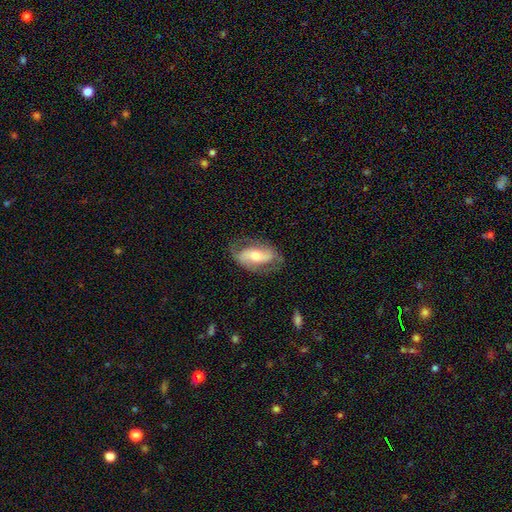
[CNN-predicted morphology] Q: Smooth or featured?
A: featured or disk (67%); runner-up: smooth (26%)
Q: Edge-on disk?
A: no (92%); runner-up: yes (8%)
Q: Bar?
A: no (35%); runner-up: strong (33%)
Q: Spiral arms?
A: yes (82%); runner-up: no (18%)
Q: Spiral winding?
A: medium (41%); runner-up: loose (35%)
Q: Spiral arm count?
A: 2 (83%); runner-up: can't tell (10%)
Q: Bulge size?
A: moderate (60%); runner-up: small (29%)
Q: Merging?
A: none (68%); runner-up: minor disturbance (20%)